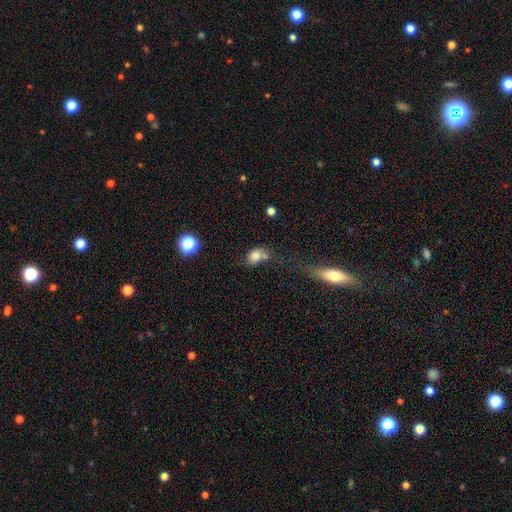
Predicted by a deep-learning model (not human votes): A smooth galaxy with no disk features (78%) that is round (50%).

Vote fractions:
- Smooth or featured? smooth: 78% / star or artifact: 11% / featured or disk: 11%
- How rounded? round: 50% / in between: 49% / cigar-shaped: 2%
- Merging? none: 35% / merger: 34% / minor disturbance: 18% / major disturbance: 13%